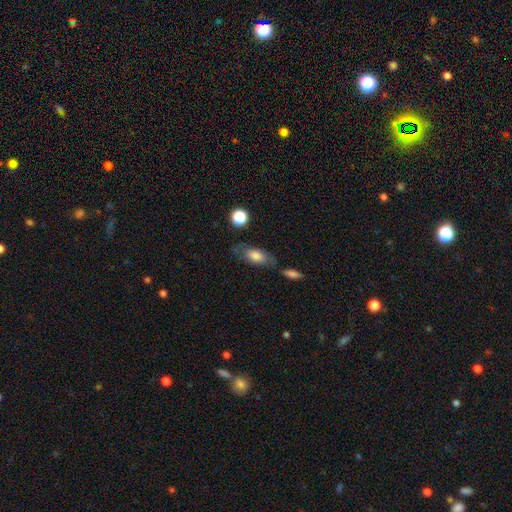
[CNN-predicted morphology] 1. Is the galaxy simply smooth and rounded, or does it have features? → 73% smooth, 20% featured or disk, 8% star or artifact.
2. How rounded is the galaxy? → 82% in between, 13% cigar-shaped, 5% round.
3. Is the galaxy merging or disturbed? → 61% none, 21% minor disturbance, 11% merger, 7% major disturbance.